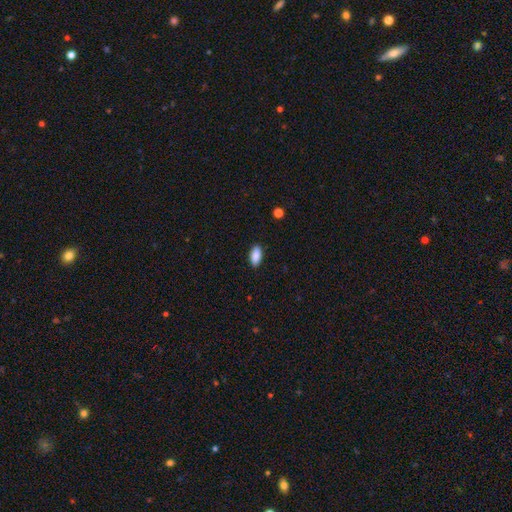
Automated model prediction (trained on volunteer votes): smooth-or-featured: smooth: 88% | star or artifact: 7% | featured or disk: 5%
  how-rounded: in between: 90% | cigar-shaped: 8% | round: 2%
  merging: none: 89% | minor disturbance: 9% | major disturbance: 2% | merger: 1%